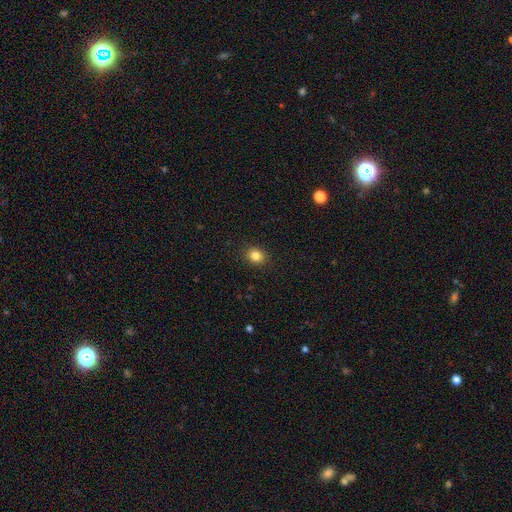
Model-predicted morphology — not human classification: A smooth galaxy with no disk features (83%) that is round (68%).

Vote fractions:
- Smooth or featured? smooth: 83% / star or artifact: 11% / featured or disk: 5%
- How rounded? round: 68% / in between: 31% / cigar-shaped: 1%
- Merging? none: 89% / minor disturbance: 7% / major disturbance: 2% / merger: 1%